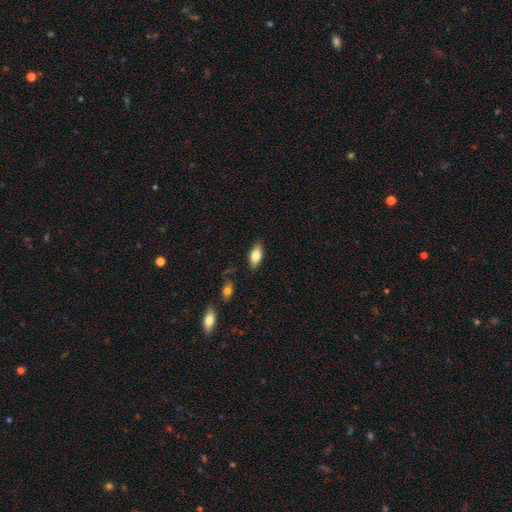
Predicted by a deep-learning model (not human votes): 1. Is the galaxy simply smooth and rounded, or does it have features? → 81% smooth, 12% featured or disk, 7% star or artifact.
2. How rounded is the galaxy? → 90% in between, 8% cigar-shaped, 3% round.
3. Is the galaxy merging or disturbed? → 85% none, 11% minor disturbance, 2% major disturbance, 2% merger.